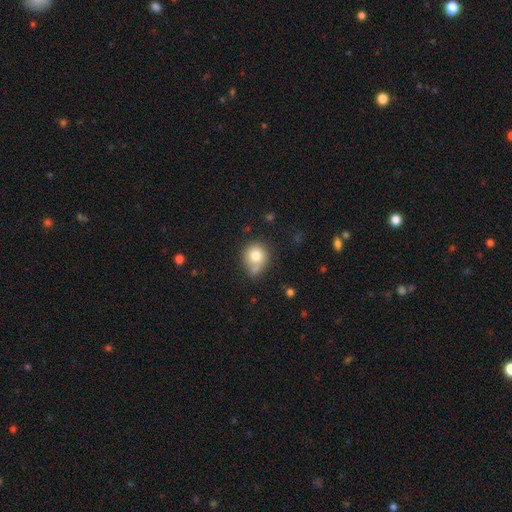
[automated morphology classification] The model was most divided on "merging": none: 53%, minor disturbance: 21%, merger: 19%, major disturbance: 7%. More confident: how rounded — round (81%); smooth or featured — smooth (77%).